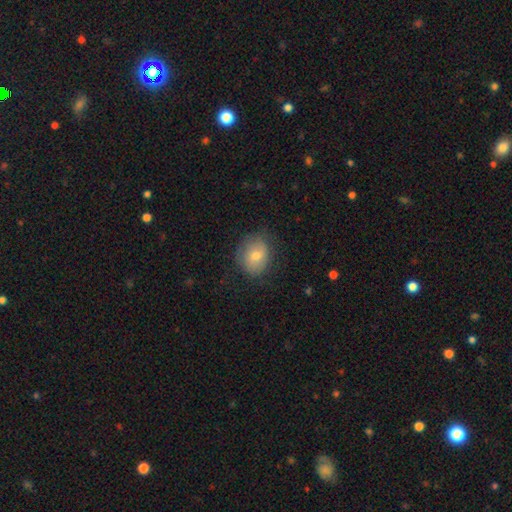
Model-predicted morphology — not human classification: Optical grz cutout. It shows a smooth galaxy with no disk features (73%) that is round (64%). Merging: none (75%).